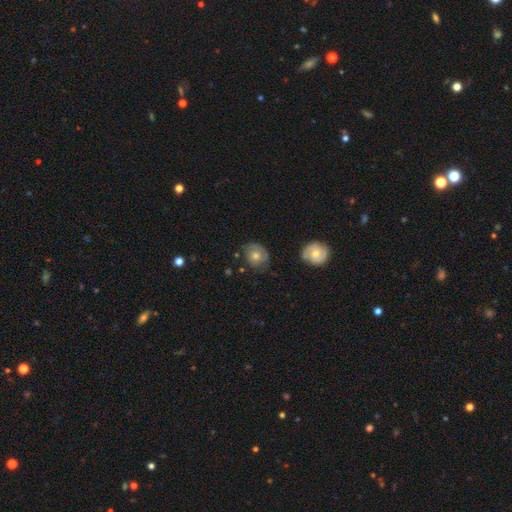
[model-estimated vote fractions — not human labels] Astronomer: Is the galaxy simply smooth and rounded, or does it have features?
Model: smooth — 46% (runner-up: featured or disk, 44%).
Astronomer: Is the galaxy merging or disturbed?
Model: none — 68%.